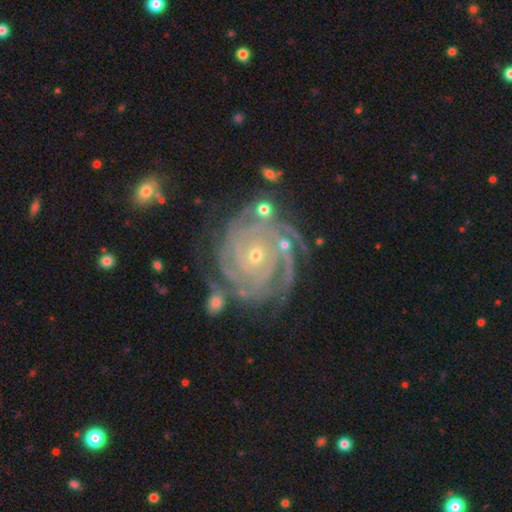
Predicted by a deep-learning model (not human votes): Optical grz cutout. It shows a featured or disk galaxy (91%) with no bar (71%), 4 (31%) tight (81%) spiral arms (98%) and a small central bulge (72%). Merging: none (65%).